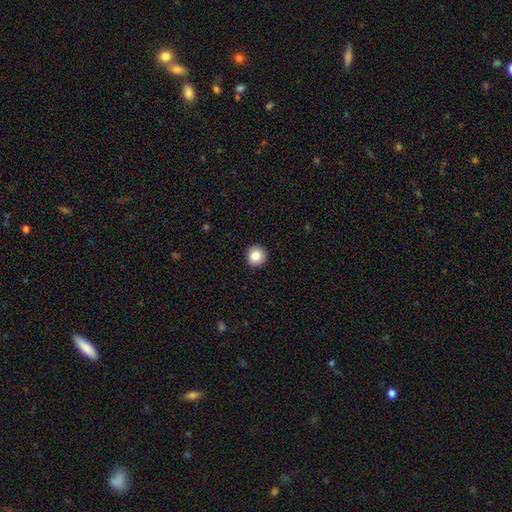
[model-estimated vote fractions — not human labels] This is clearly a smooth galaxy (86%). How rounded: clearly round (96%). Merging: clearly none (93%).